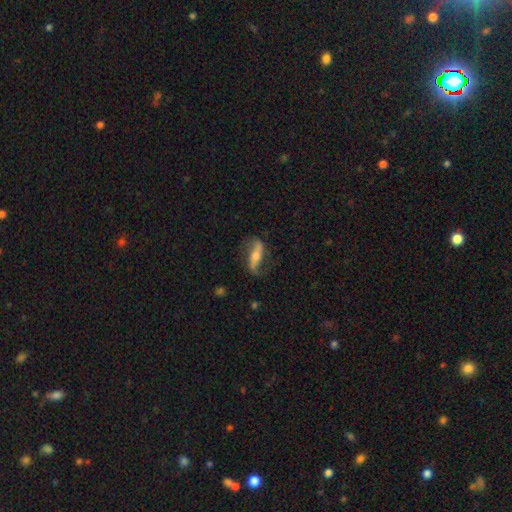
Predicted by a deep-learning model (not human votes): Morphology: type=featured or disk (73%); edge-on=no (75%); bar=strong (52%); spiral arms=yes (88%); bulge=moderate (51%); merging=none (73%).